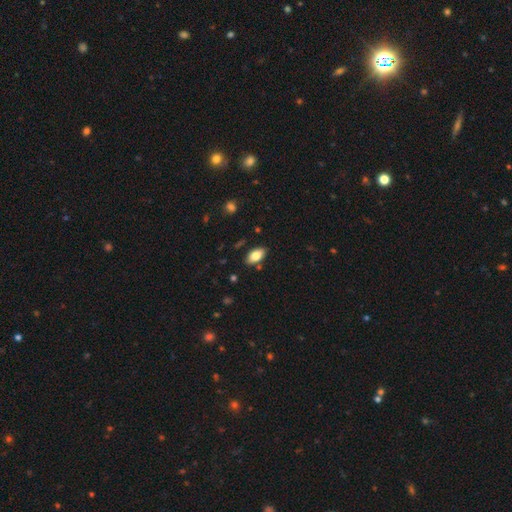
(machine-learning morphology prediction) The model was most divided on "smooth or featured": smooth: 81%, featured or disk: 12%, star or artifact: 7%. More confident: how rounded — in between (93%); merging — none (85%).